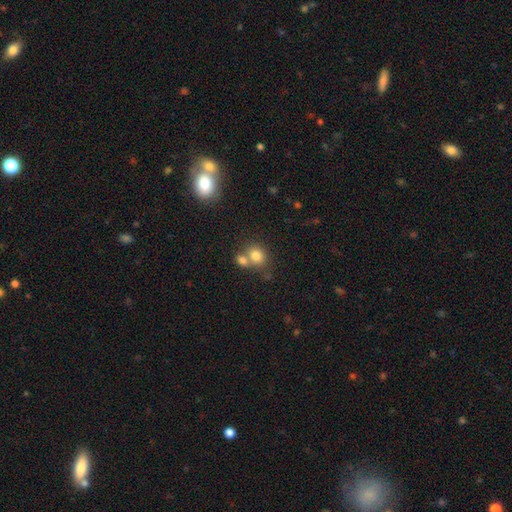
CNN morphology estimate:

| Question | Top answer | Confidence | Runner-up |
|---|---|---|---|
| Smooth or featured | smooth | 79% | star or artifact (11%) |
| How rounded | round | 69% | in between (30%) |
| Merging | merger | 46% | none (42%) |